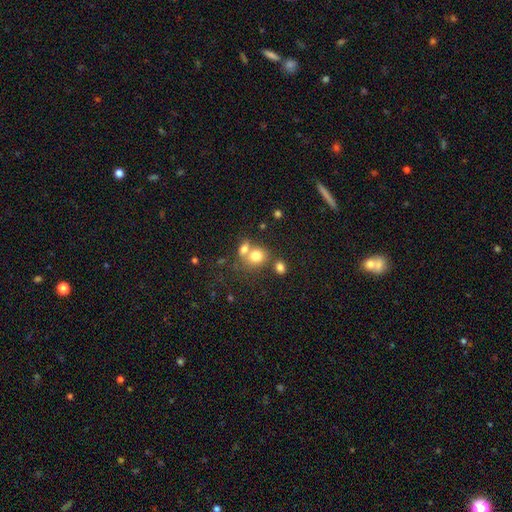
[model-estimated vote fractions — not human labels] The model was most divided on "merging": merger: 48%, none: 38%, minor disturbance: 9%, major disturbance: 5%. More confident: smooth or featured — smooth (75%); how rounded — round (62%).